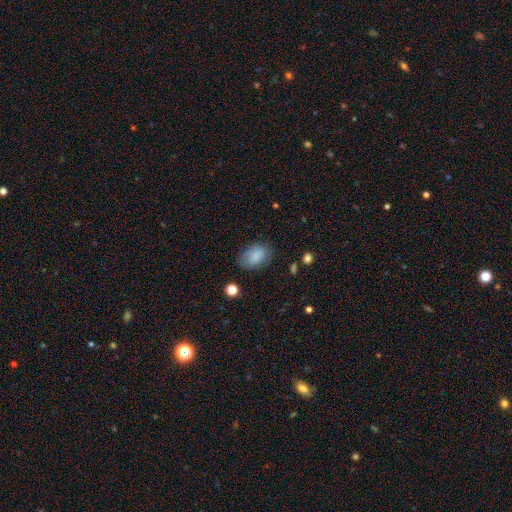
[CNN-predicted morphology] smooth_or_featured: smooth (p=0.81) [alt: featured or disk p=0.11]
how_rounded: in between (p=0.84) [alt: round p=0.15]
merging: none (p=0.74) [alt: minor disturbance p=0.19]